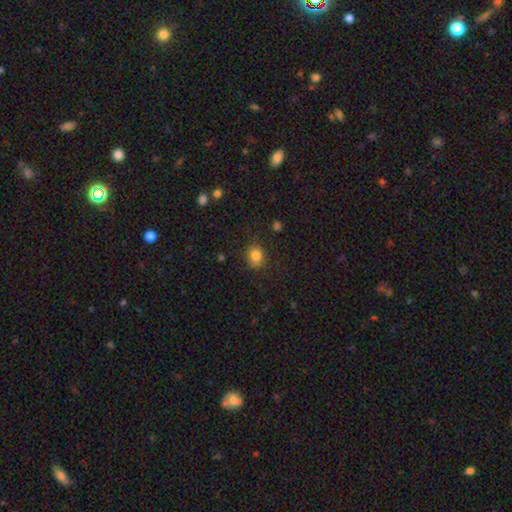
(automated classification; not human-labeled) smooth 82%, star or artifact 11%, featured or disk 7%. Down the decision tree: how rounded — round (63%); merging — none (78%).